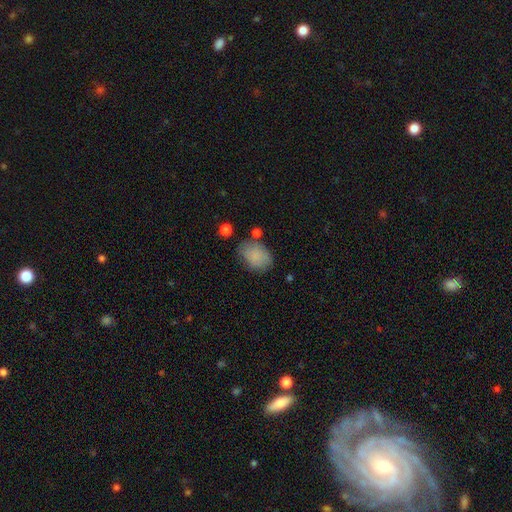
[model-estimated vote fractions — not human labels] A smooth galaxy with no disk features (83%) that is in between round and cigar-shaped (78%).

Vote fractions:
- Smooth or featured? smooth: 83% / featured or disk: 9% / star or artifact: 8%
- How rounded? in between: 78% / round: 21% / cigar-shaped: 1%
- Merging? none: 65% / minor disturbance: 22% / major disturbance: 7% / merger: 6%